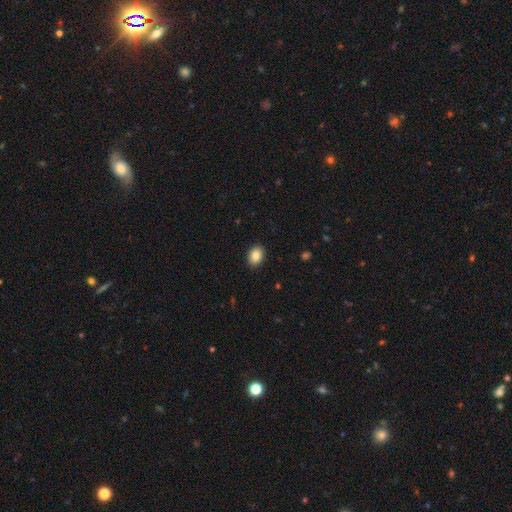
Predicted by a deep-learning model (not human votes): Smooth or featured?
  - smooth: 88% *
  - star or artifact: 8%
  - featured or disk: 4%
How rounded?
  - in between: 75% *
  - round: 24%
  - cigar-shaped: 1%
Merging?
  - none: 90% *
  - minor disturbance: 7%
  - major disturbance: 2%
  - merger: 1%